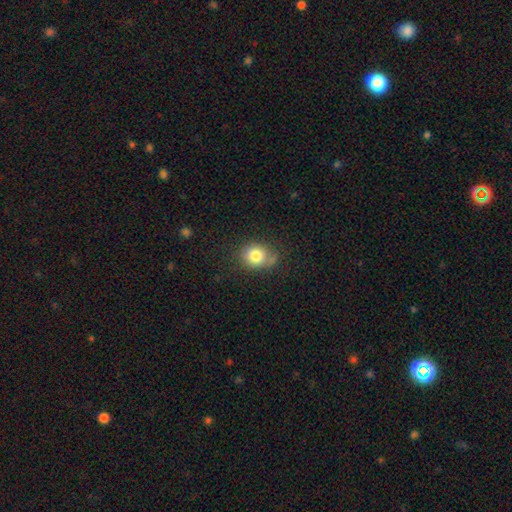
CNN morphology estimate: type=smooth (80%); roundness=round (67%); merging=none (65%).